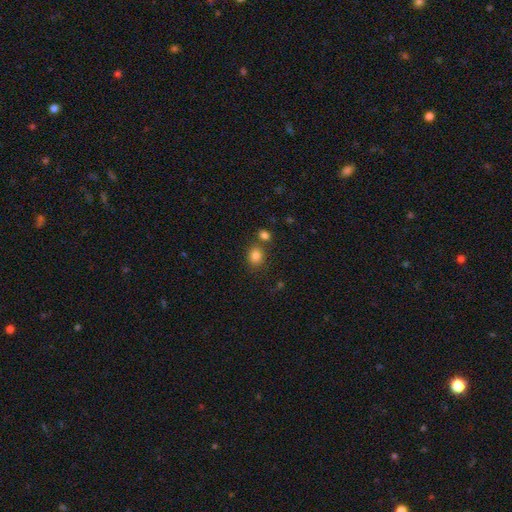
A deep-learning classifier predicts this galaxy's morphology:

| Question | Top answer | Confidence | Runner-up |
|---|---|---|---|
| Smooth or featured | smooth | 83% | star or artifact (11%) |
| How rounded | round | 62% | in between (37%) |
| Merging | none | 68% | merger (18%) |